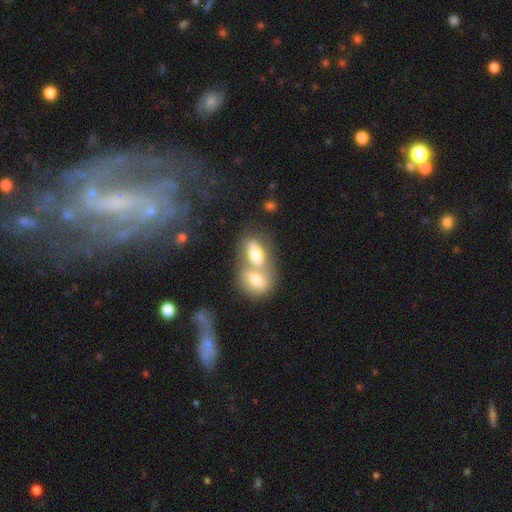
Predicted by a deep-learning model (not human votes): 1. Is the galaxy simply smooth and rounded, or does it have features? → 63% smooth, 27% featured or disk, 10% star or artifact.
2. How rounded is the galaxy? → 82% in between, 13% round, 4% cigar-shaped.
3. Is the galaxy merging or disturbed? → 71% merger, 18% none, 6% minor disturbance, 4% major disturbance.